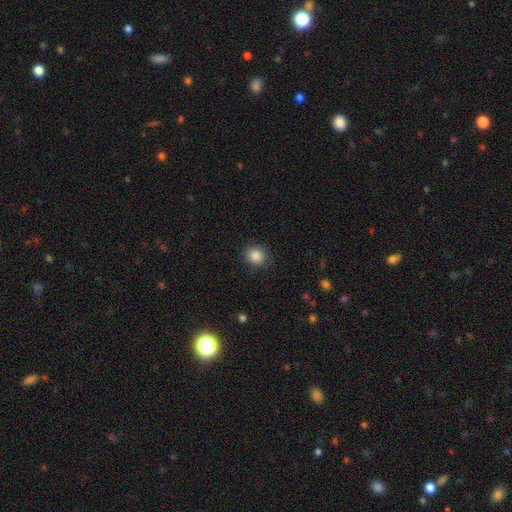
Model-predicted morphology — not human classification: A smooth galaxy with no disk features (87%) that is round (85%). Merging: none (87%).